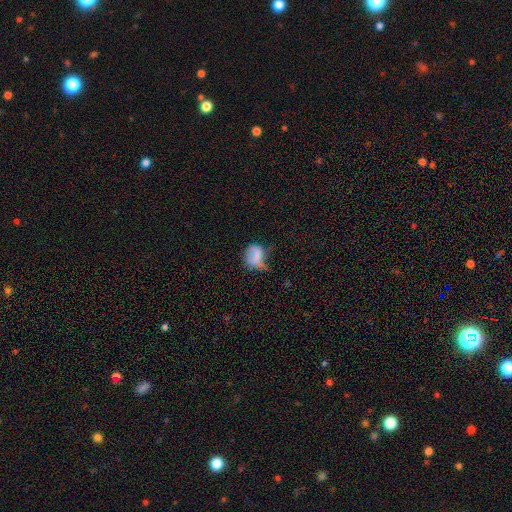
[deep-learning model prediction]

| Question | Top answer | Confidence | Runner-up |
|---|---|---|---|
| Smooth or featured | smooth | 65% | featured or disk (24%) |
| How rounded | in between | 52% | round (46%) |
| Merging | minor disturbance | 35% | major disturbance (31%) |